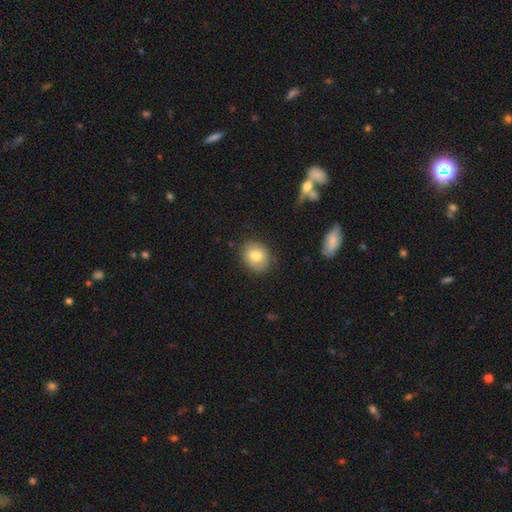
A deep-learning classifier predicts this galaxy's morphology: Q: Smooth or featured?
A: smooth (77%); runner-up: featured or disk (15%)
Q: How rounded?
A: round (60%); runner-up: in between (39%)
Q: Merging?
A: none (82%); runner-up: minor disturbance (13%)